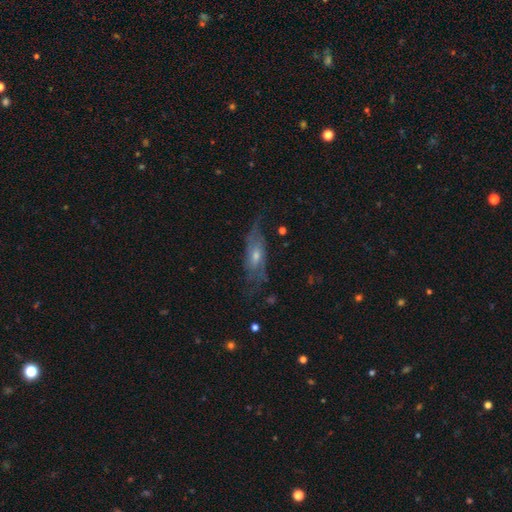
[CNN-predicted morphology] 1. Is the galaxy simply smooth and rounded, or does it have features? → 67% featured or disk, 24% smooth, 10% star or artifact.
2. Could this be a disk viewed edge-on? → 73% no, 27% yes.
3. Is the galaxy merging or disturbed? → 59% none, 23% minor disturbance, 17% major disturbance, 2% merger.